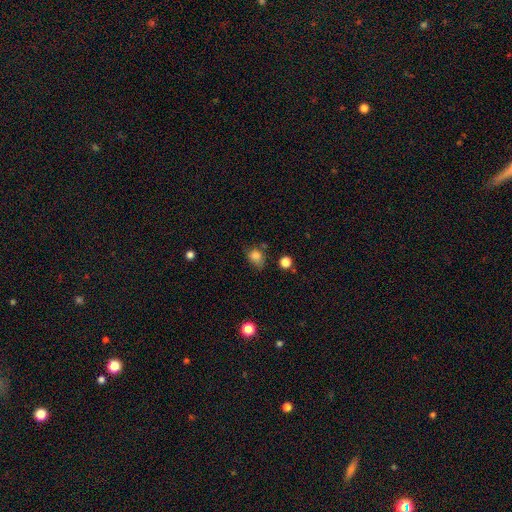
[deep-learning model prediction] This appears to be a smooth galaxy with no disk features (82%) that is round (50%). Merging: none (51%).